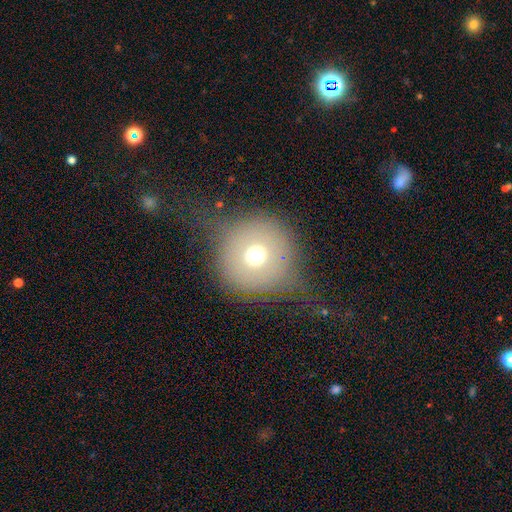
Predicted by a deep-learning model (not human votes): This is likely a smooth galaxy (64%). How rounded: clearly round (92%). Merging: likely none (67%).